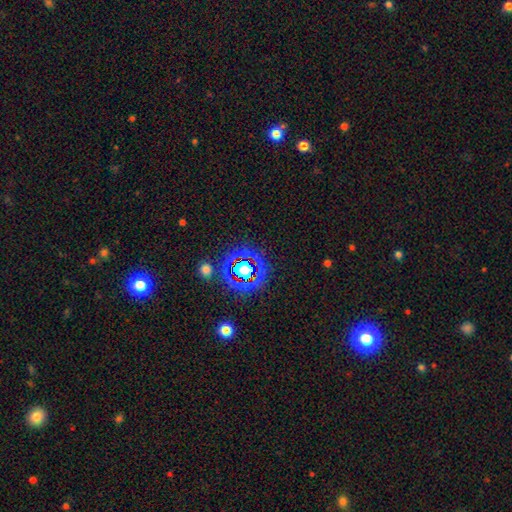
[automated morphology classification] Smooth or featured? star or artifact (73%)